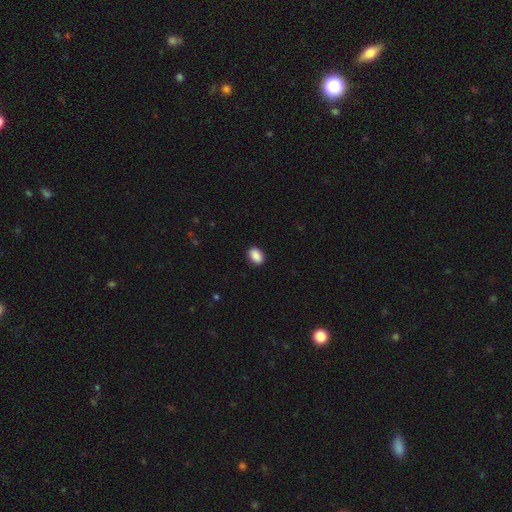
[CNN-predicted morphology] type=smooth (90%); roundness=in between (83%); merging=none (90%).